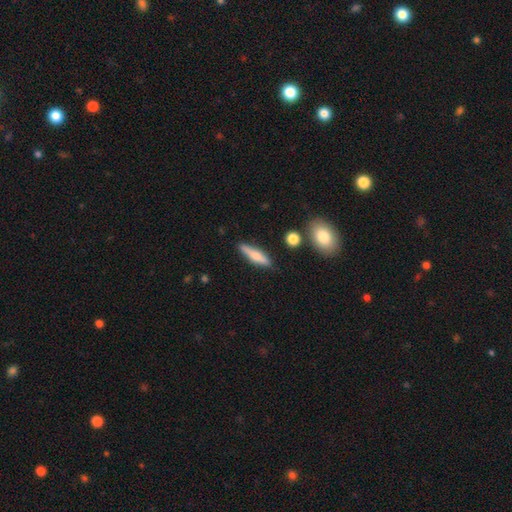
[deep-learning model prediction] Smooth or featured: smooth — 58% (featured or disk — 35%)
How rounded: cigar-shaped — 76% (in between — 21%)
Merging: none — 85% (minor disturbance — 10%)